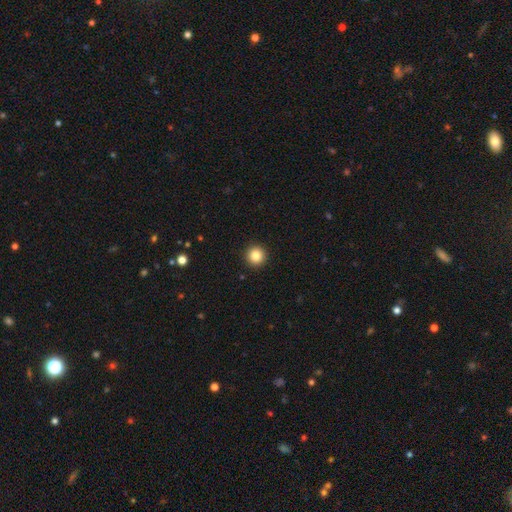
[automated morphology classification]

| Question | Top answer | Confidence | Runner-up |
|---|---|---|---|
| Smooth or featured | smooth | 84% | star or artifact (10%) |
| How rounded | round | 96% | in between (3%) |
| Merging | none | 93% | minor disturbance (4%) |